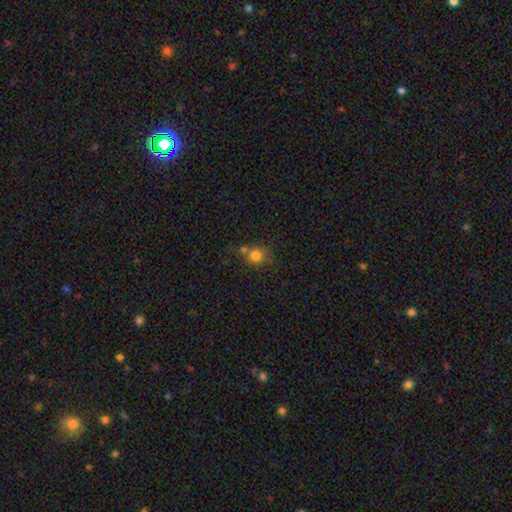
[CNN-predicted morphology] A smooth galaxy with no disk features (77%) that is round (78%).

Vote fractions:
- Smooth or featured? smooth: 77% / star or artifact: 13% / featured or disk: 9%
- How rounded? round: 78% / in between: 21% / cigar-shaped: 1%
- Merging? none: 51% / merger: 24% / minor disturbance: 18% / major disturbance: 7%